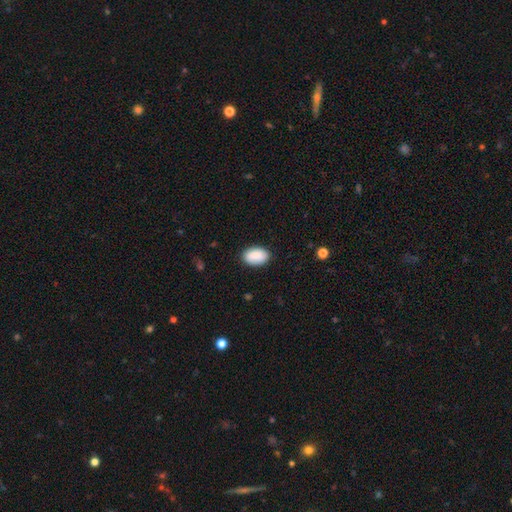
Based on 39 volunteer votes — Smooth or featured? smooth (90%)
How rounded? in between (97%)
Merging? none (97%)